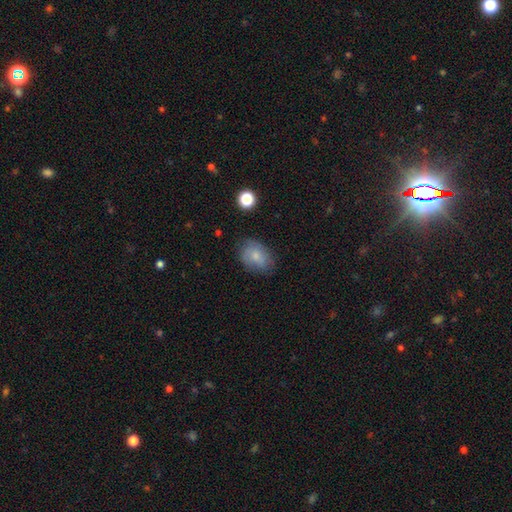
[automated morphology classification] type=smooth (74%); roundness=in between (74%); merging=none (71%).